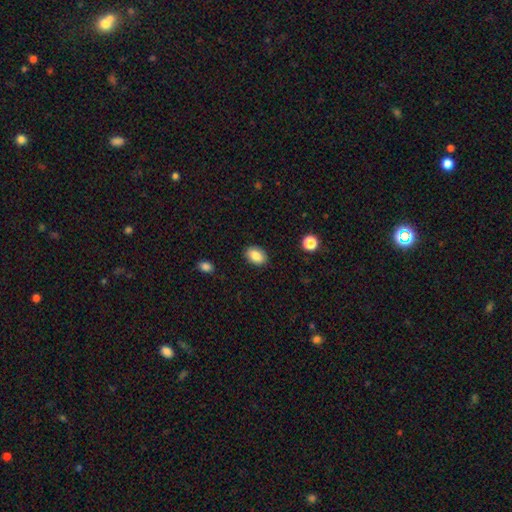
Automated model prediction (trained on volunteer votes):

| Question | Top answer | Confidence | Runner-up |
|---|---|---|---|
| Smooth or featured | smooth | 85% | star or artifact (8%) |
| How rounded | in between | 80% | round (18%) |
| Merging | none | 88% | minor disturbance (9%) |